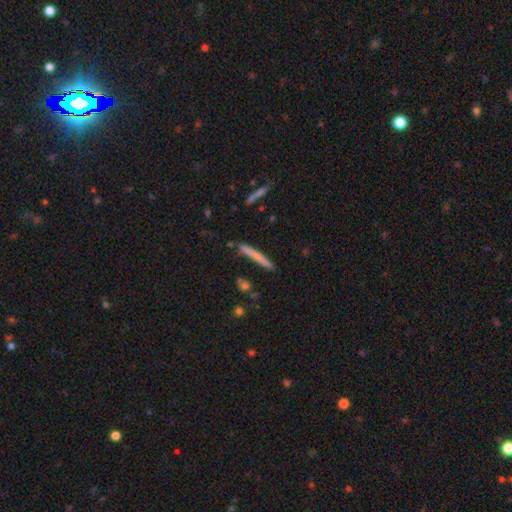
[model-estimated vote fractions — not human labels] Smooth or featured? smooth (65%)
How rounded? cigar-shaped (96%)
Merging? none (84%)